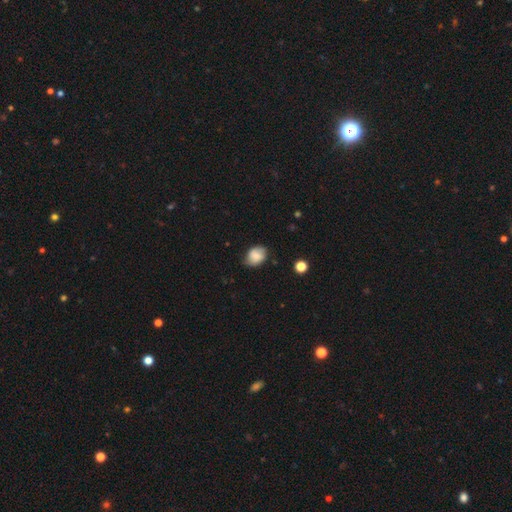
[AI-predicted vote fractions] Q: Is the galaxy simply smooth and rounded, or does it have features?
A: smooth — 74%.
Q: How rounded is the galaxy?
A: in between — 65%.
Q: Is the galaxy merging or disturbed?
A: none — 71%.